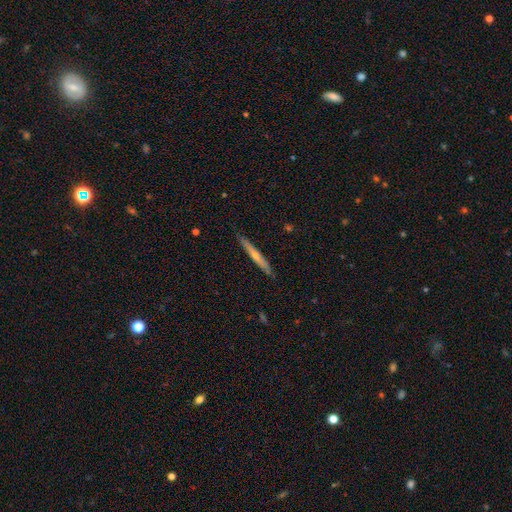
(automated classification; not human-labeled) Smooth or featured? Predicted: featured or disk (p=0.51). Edge-on disk? Predicted: yes (p=0.94). Merging? Predicted: none (p=0.86).